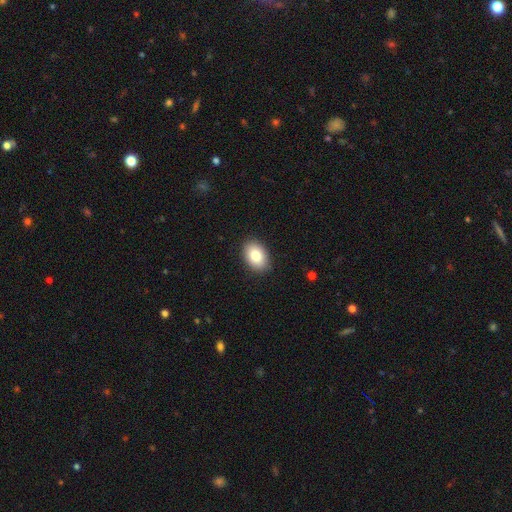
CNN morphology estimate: smooth-or-featured: smooth: 84% | featured or disk: 9% | star or artifact: 8%
  how-rounded: in between: 85% | round: 14% | cigar-shaped: 1%
  merging: none: 89% | minor disturbance: 8% | major disturbance: 2% | merger: 1%